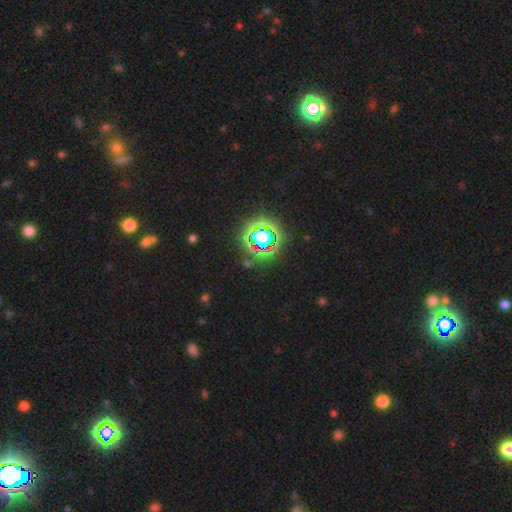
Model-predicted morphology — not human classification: A star or artifact, not a galaxy (80%).